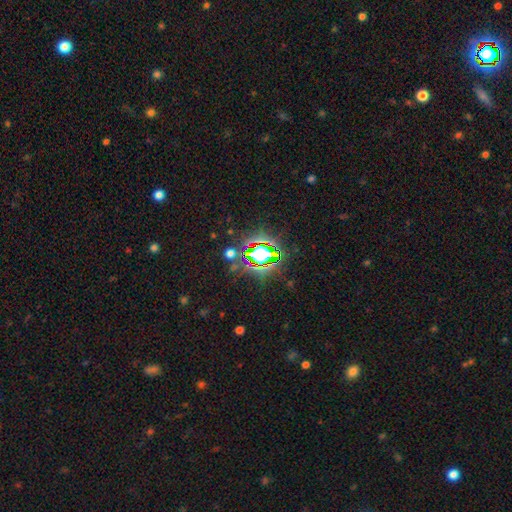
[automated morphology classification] Smooth or featured? star or artifact (72%)